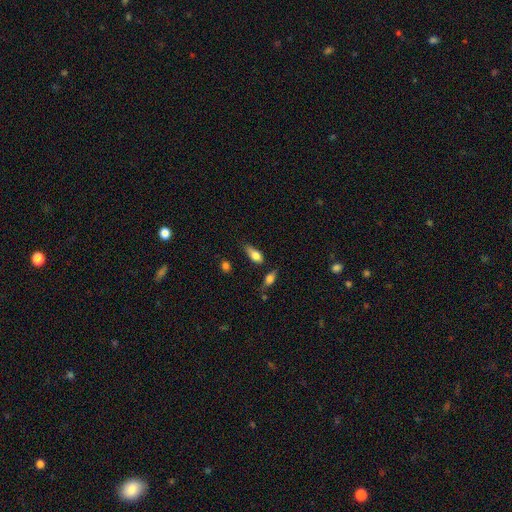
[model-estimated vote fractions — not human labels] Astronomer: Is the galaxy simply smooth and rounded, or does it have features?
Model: smooth — 73%.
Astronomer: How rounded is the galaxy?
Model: in between — 78%.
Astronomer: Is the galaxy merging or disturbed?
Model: none — 47% (runner-up: minor disturbance, 35%).